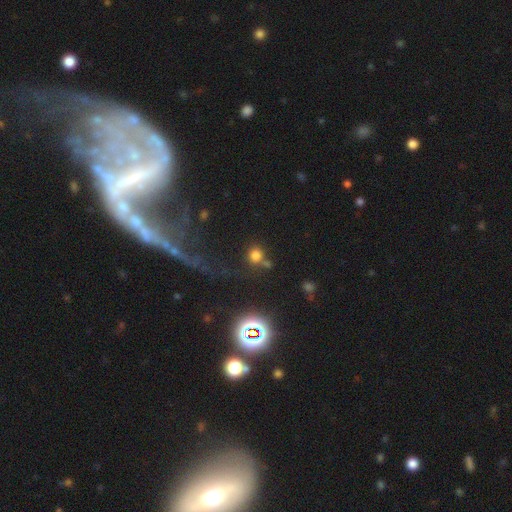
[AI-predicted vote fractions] The model was most divided on "merging": none: 60%, merger: 19%, minor disturbance: 12%, major disturbance: 9%. More confident: how rounded — round (84%); smooth or featured — smooth (72%).